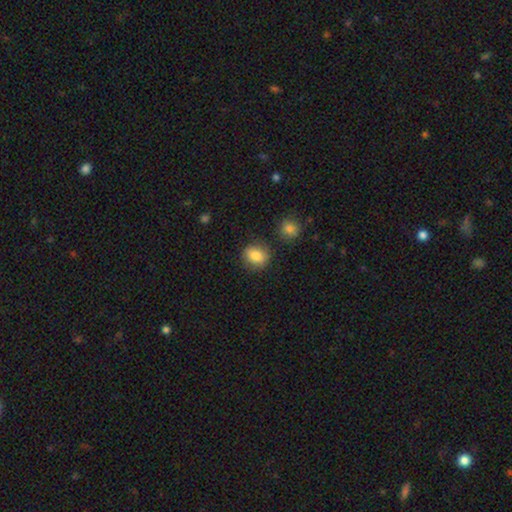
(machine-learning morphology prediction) This appears to be a smooth galaxy with no disk features (83%) that is round (61%). Merging: none (80%).